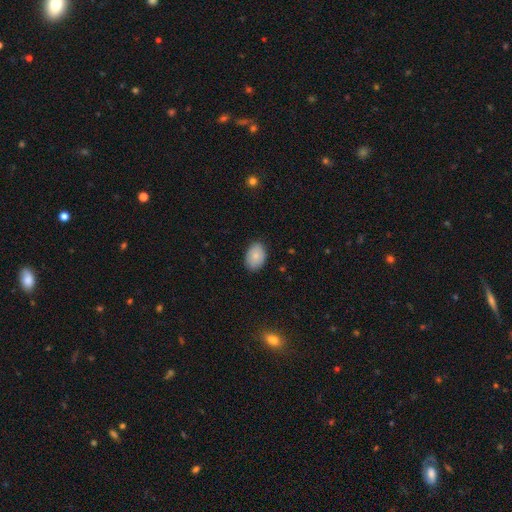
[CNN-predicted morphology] Overall: smooth (84%). How rounded: in between (85%). Merging: none (85%).